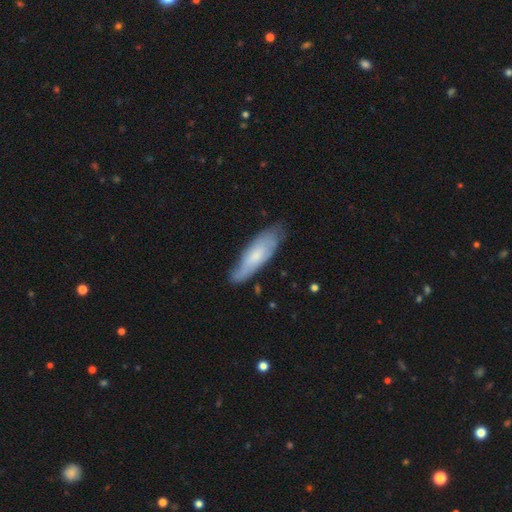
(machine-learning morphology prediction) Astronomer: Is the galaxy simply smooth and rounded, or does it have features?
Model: smooth — 54% (runner-up: featured or disk, 39%).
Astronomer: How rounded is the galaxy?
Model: cigar-shaped — 54% (runner-up: in between, 45%).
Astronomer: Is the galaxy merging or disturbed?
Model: none — 70%.